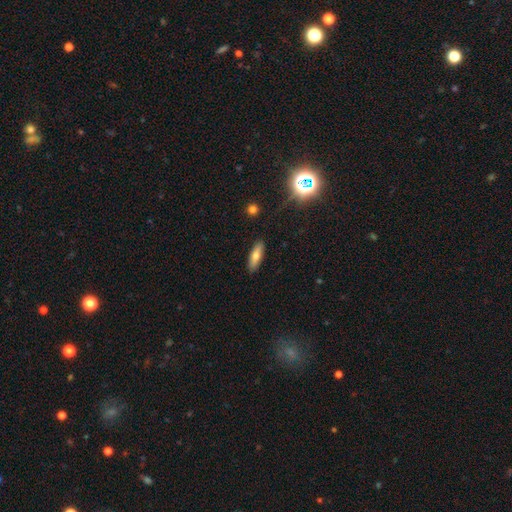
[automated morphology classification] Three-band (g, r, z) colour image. It shows a smooth galaxy with no disk features (70%) that is in between round and cigar-shaped (50%). Merging: none (89%).